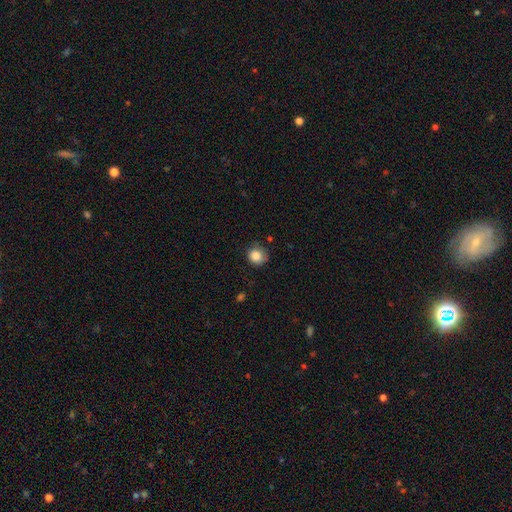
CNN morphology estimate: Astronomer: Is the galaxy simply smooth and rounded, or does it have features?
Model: smooth — 86%.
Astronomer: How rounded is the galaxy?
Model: round — 82%.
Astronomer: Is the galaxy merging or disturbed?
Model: none — 71%.